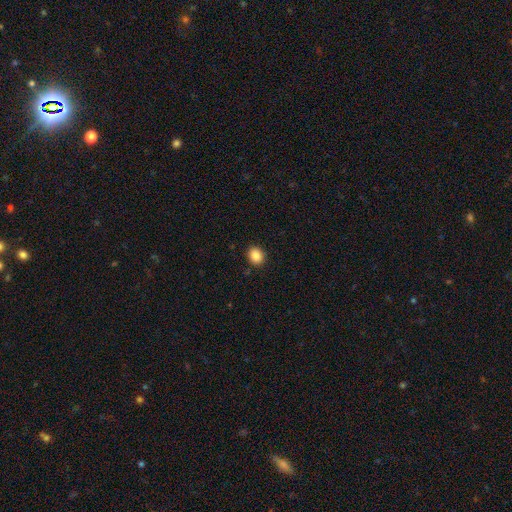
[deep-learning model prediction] Smooth or featured: smooth — 88% (star or artifact — 9%)
How rounded: round — 59% (in between — 40%)
Merging: none — 90% (minor disturbance — 7%)